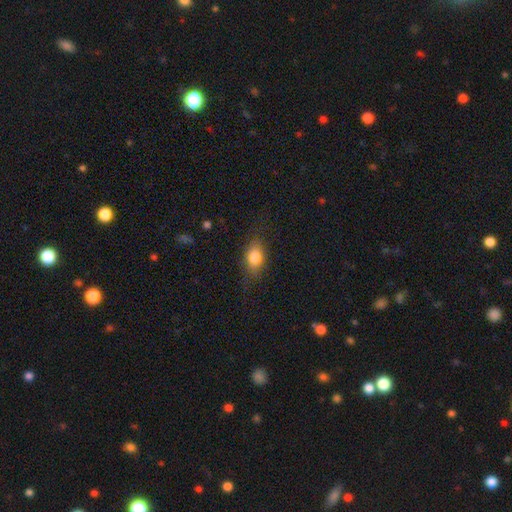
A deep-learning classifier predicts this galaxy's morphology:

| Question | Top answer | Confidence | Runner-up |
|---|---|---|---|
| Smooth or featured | smooth | 76% | featured or disk (15%) |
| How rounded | in between | 76% | round (15%) |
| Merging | none | 77% | minor disturbance (17%) |